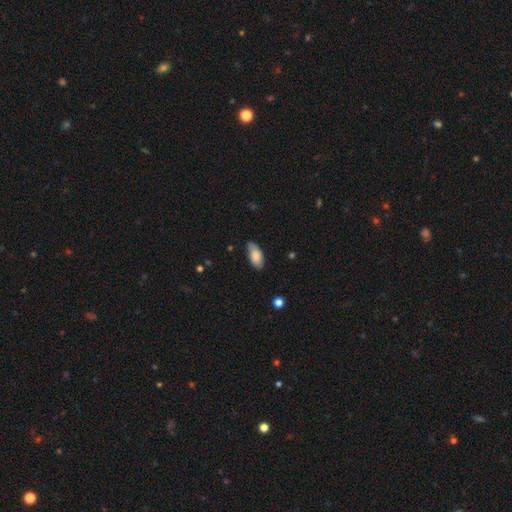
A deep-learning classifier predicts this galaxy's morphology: The model was most divided on "merging": none: 73%, minor disturbance: 22%, major disturbance: 3%, merger: 2%. More confident: how rounded — in between (91%); smooth or featured — smooth (81%).